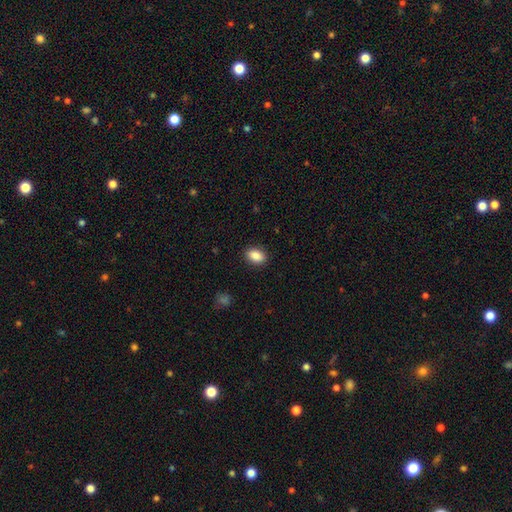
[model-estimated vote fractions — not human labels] Smooth or featured? smooth (89%)
How rounded? in between (87%)
Merging? none (89%)